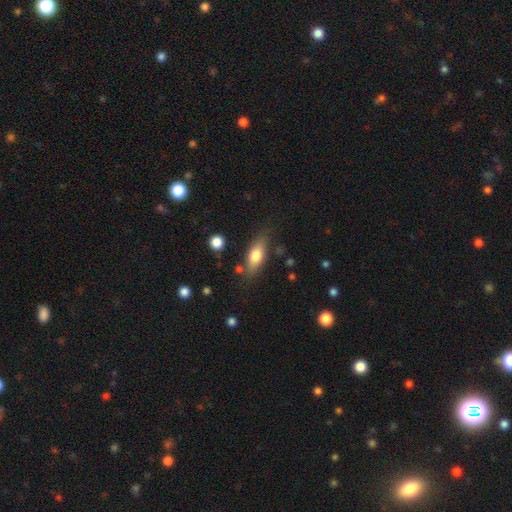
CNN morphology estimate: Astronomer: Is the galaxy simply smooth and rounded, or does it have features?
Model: smooth — 70%.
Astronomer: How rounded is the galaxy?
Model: in between — 70%.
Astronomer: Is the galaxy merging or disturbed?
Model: none — 74%.